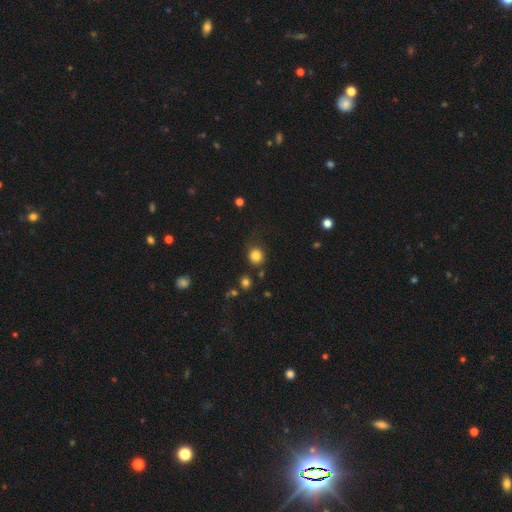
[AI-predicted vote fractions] This is clearly a smooth galaxy (82%). How rounded: clearly round (88%). Merging: likely none (77%).